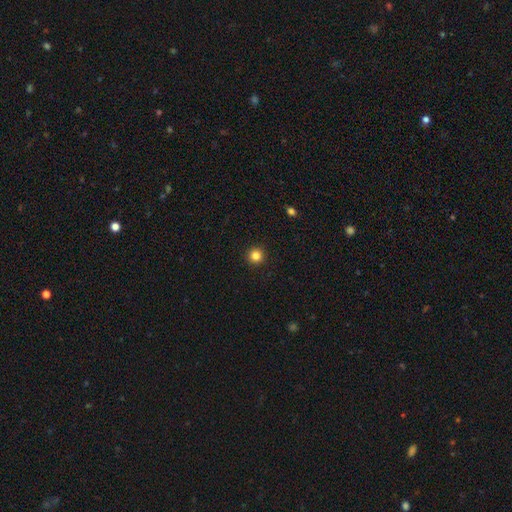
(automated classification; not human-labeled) Smooth or featured?
  - smooth: 83% *
  - star or artifact: 13%
  - featured or disk: 4%
How rounded?
  - round: 96% *
  - in between: 3%
  - cigar-shaped: 1%
Merging?
  - none: 94% *
  - minor disturbance: 4%
  - major disturbance: 1%
  - merger: 1%